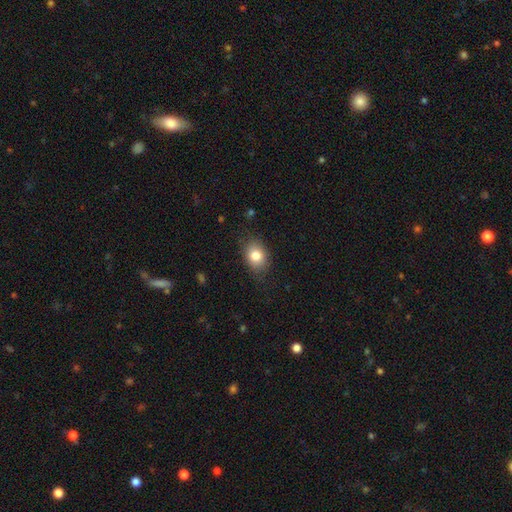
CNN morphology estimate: type=smooth (81%); roundness=in between (62%); merging=none (81%).